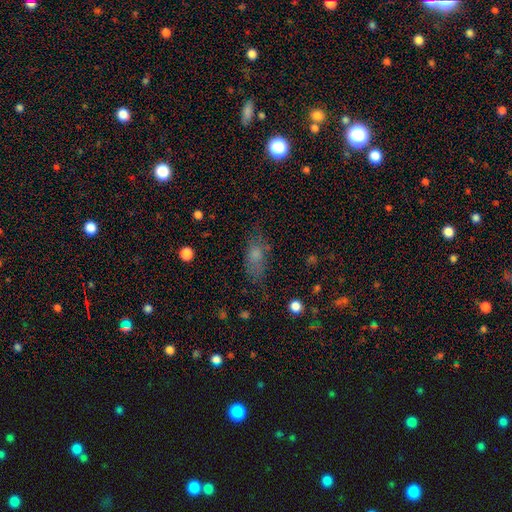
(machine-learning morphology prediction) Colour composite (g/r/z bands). It shows a smooth galaxy with no disk features (68%) that is in between round and cigar-shaped (76%). Merging: none (61%).